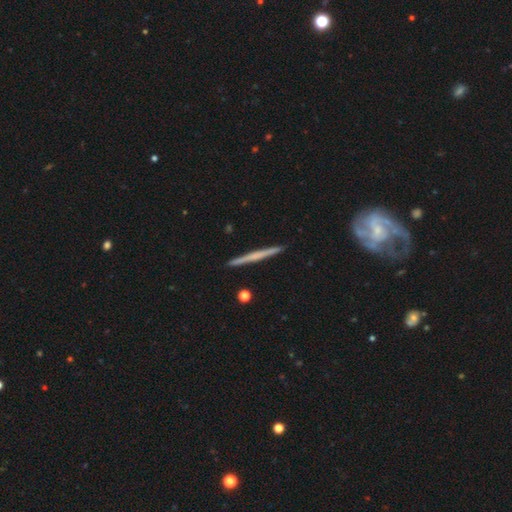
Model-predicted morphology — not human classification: featured or disk 55%, smooth 40%, star or artifact 5%. Down the decision tree: edge-on disk — yes (98%); edge-on bulge — none (77%); merging — none (92%).